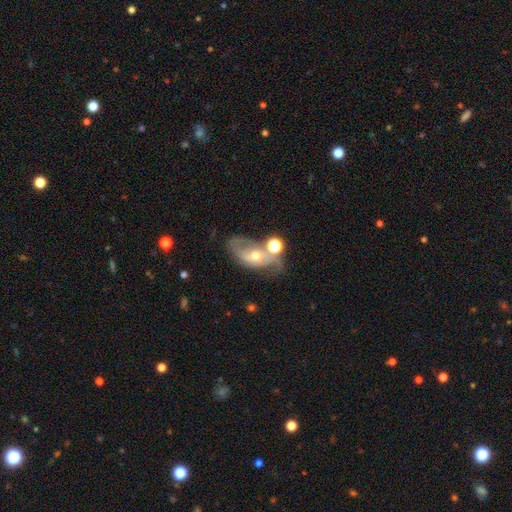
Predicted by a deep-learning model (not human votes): smooth_or_featured: featured or disk (p=0.68) [alt: smooth p=0.22]
disk_edge_on: no (p=0.94) [alt: yes p=0.06]
bar: no (p=0.56) [alt: weak p=0.31]
has_spiral_arms: yes (p=0.77) [alt: no p=0.23]
bulge_size: moderate (p=0.54) [alt: small p=0.41]
merging: none (p=0.41) [alt: minor disturbance p=0.21]